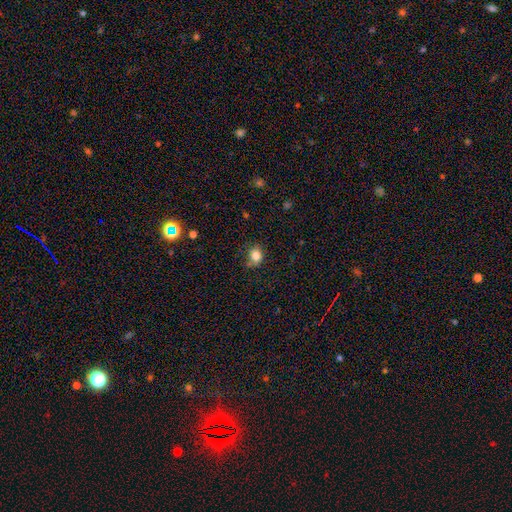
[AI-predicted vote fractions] This appears to be a smooth galaxy with no disk features (83%) that is round (66%). Merging: none (71%).